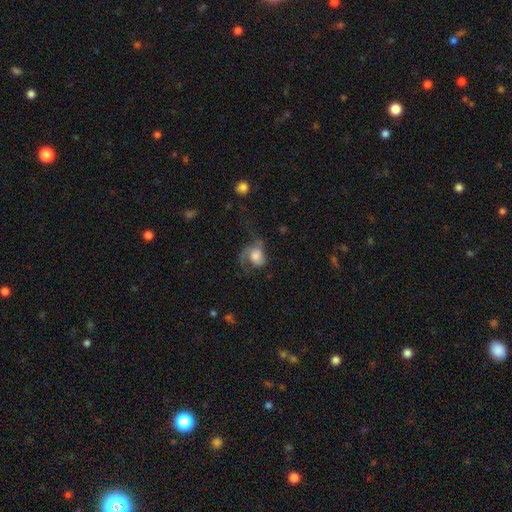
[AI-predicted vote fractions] Smooth or featured? Predicted: featured or disk (p=0.51). Edge-on disk? Predicted: no (p=0.97). Merging? Predicted: major disturbance (p=0.43).